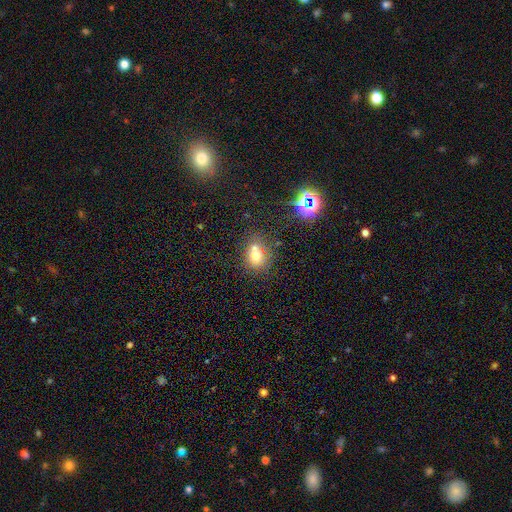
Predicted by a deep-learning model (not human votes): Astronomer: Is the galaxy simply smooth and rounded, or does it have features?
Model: smooth — 65%.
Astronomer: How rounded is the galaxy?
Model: round — 64%.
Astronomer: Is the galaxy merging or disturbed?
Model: none — 42% (runner-up: merger, 40%).